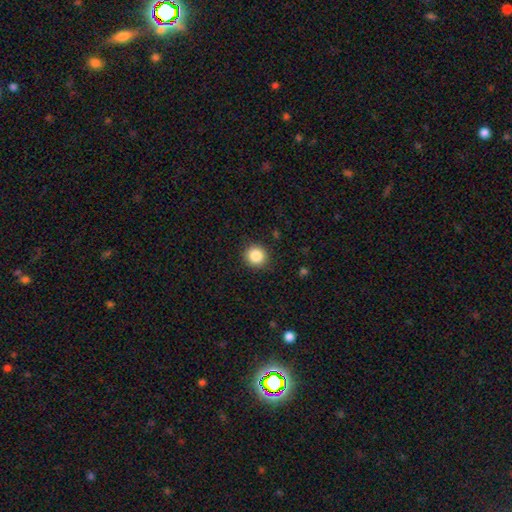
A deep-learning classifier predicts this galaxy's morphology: A smooth galaxy with no disk features (86%) that is round (93%). Merging: none (90%).